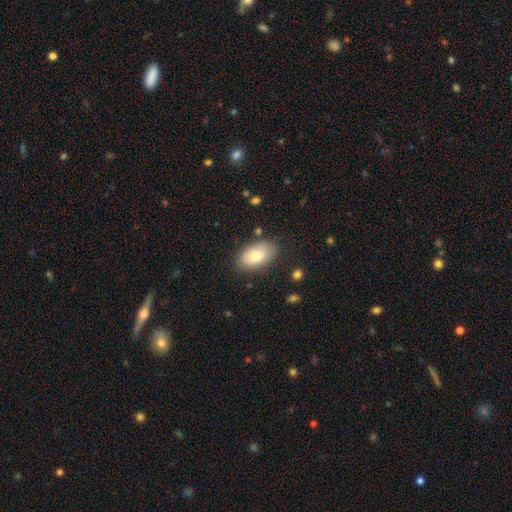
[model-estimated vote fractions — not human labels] This is likely a smooth galaxy (78%). How rounded: clearly in between (93%). Merging: clearly none (82%).